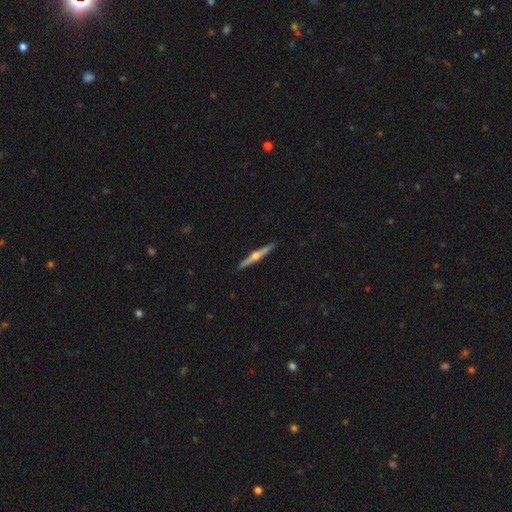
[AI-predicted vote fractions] This is likely a featured or disk galaxy (74%). It is clearly viewed edge-on (98%). Edge-on bulge: clearly rounded (92%). Merging: clearly none (92%).